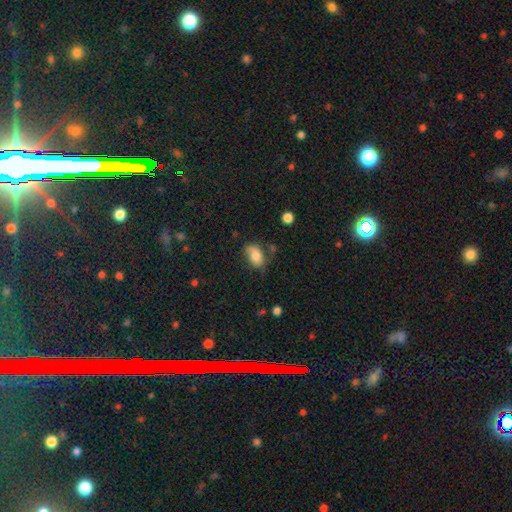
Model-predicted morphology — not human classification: smooth_or_featured: smooth (p=0.76) [alt: featured or disk p=0.15]
how_rounded: in between (p=0.87) [alt: round p=0.11]
merging: none (p=0.51) [alt: minor disturbance p=0.31]